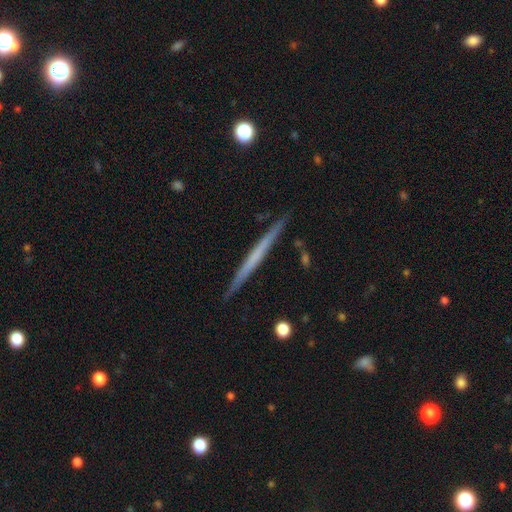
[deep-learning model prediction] Smooth or featured?
  - featured or disk: 54% *
  - smooth: 40%
  - star or artifact: 5%
Edge-on disk?
  - yes: 97% *
  - no: 3%
Edge-on bulge?
  - none: 90% *
  - rounded: 6%
  - boxy: 4%
Merging?
  - none: 91% *
  - minor disturbance: 6%
  - merger: 1%
  - major disturbance: 1%